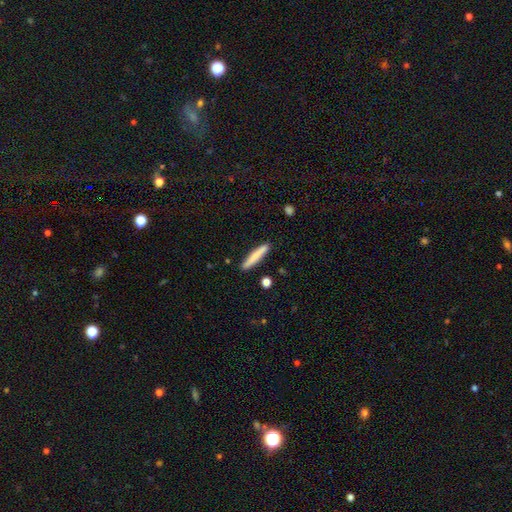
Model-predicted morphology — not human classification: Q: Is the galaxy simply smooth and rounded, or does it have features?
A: smooth — 78%.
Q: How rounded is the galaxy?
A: cigar-shaped — 92%.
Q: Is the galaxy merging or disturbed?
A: none — 87%.